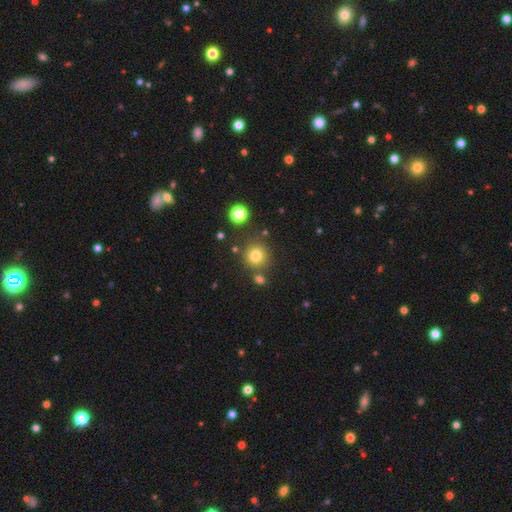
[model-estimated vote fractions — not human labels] Morphology: type=smooth (79%); roundness=round (92%); merging=none (80%).